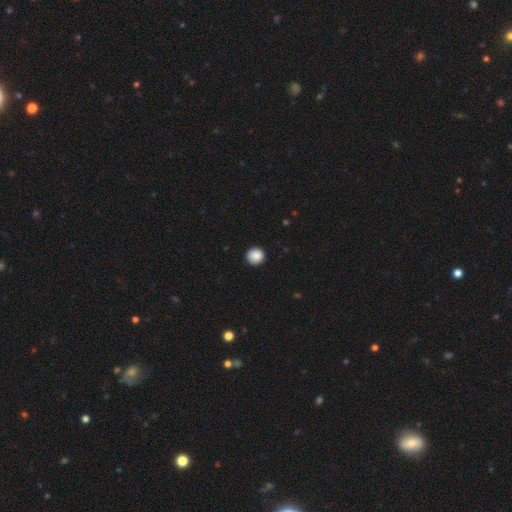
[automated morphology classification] Smooth or featured? smooth (89%)
How rounded? round (94%)
Merging? none (92%)